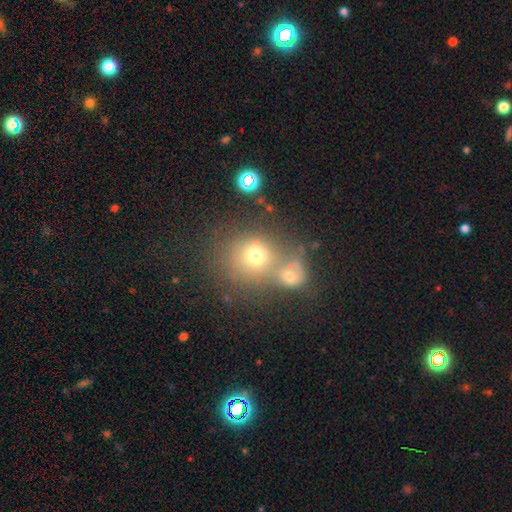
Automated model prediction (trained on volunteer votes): Smooth or featured: smooth — 69% (star or artifact — 17%)
How rounded: round — 82% (in between — 17%)
Merging: none — 43% (merger — 42%)